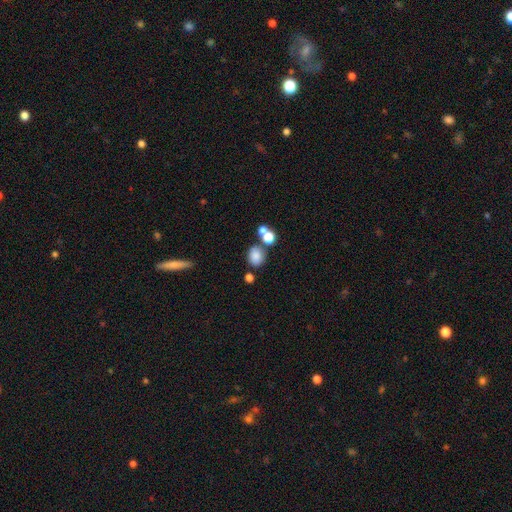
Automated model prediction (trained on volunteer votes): Smooth or featured? Predicted: smooth (p=0.80). How rounded? Predicted: round (p=0.60). Merging? Predicted: none (p=0.63).